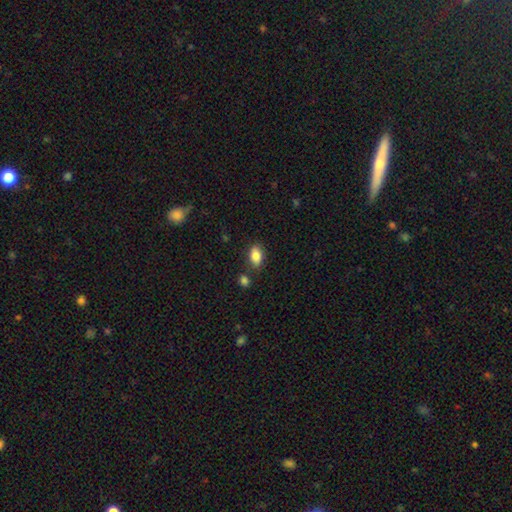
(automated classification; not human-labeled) smooth 85%, star or artifact 8%, featured or disk 7%. Down the decision tree: how rounded — in between (89%); merging — none (80%).